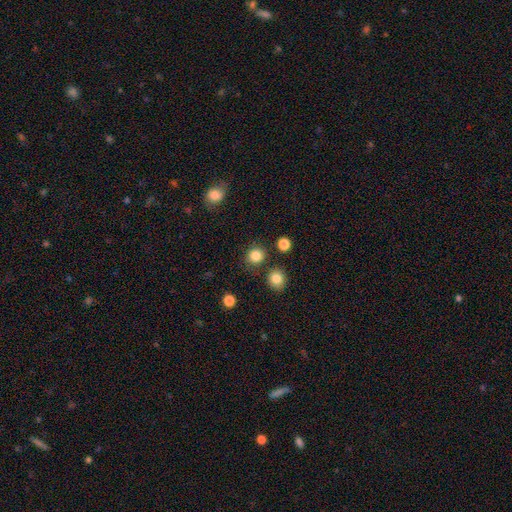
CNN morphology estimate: A smooth galaxy with no disk features (84%) that is round (86%).

Vote fractions:
- Smooth or featured? smooth: 84% / star or artifact: 12% / featured or disk: 4%
- How rounded? round: 86% / in between: 13% / cigar-shaped: 1%
- Merging? none: 82% / minor disturbance: 9% / merger: 6% / major disturbance: 3%